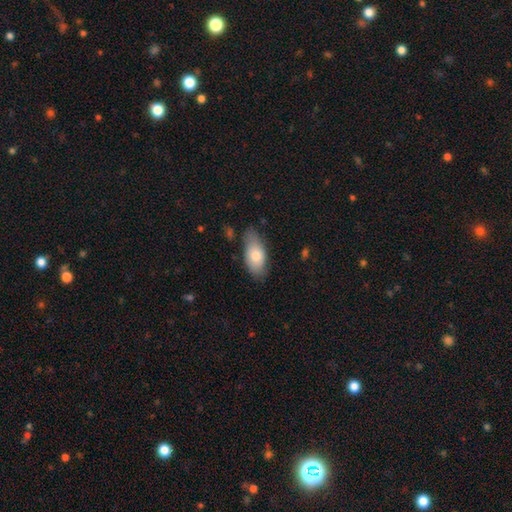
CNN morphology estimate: The model was most divided on "merging": none: 72%, minor disturbance: 22%, major disturbance: 4%, merger: 2%. More confident: how rounded — in between (90%); smooth or featured — smooth (74%).